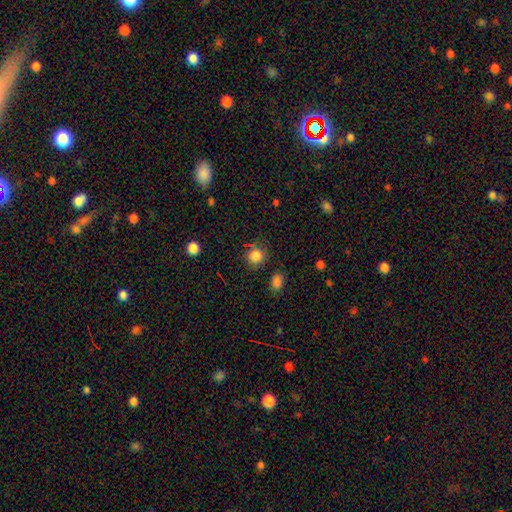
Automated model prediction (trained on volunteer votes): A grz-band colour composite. It shows a smooth galaxy with no disk features (84%) that is round (86%). Merging: none (82%).